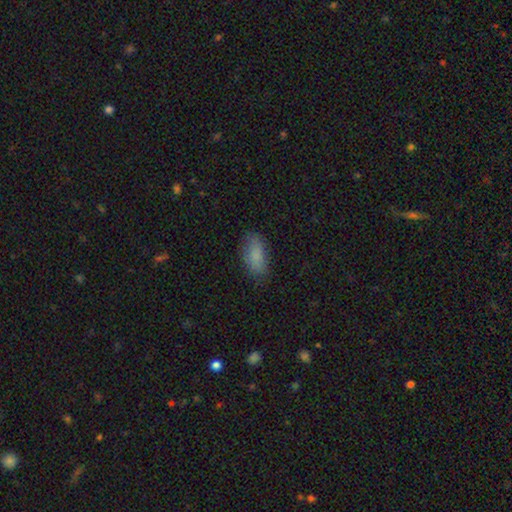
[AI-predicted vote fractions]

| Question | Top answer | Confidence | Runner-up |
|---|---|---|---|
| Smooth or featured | smooth | 84% | featured or disk (9%) |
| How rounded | in between | 88% | cigar-shaped (10%) |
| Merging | none | 79% | minor disturbance (16%) |